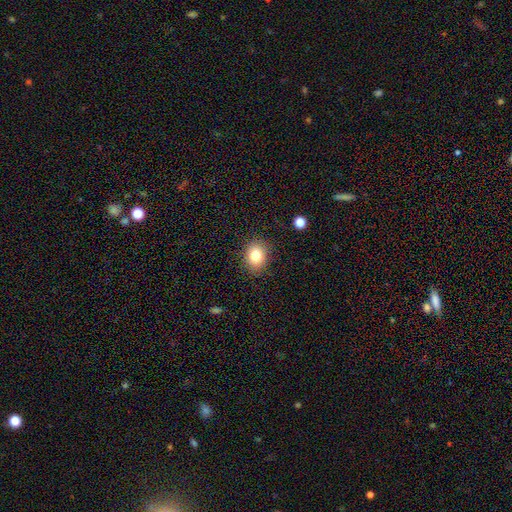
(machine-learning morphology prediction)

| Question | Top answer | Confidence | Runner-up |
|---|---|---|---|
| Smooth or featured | smooth | 82% | star or artifact (10%) |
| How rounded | round | 52% | in between (48%) |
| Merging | none | 85% | minor disturbance (11%) |